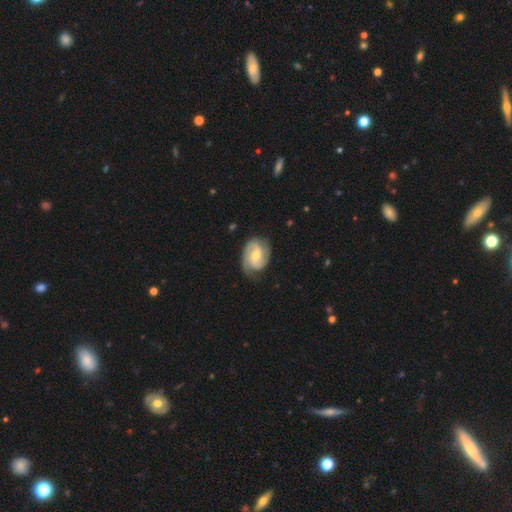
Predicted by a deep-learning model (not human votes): Smooth or featured? Predicted: featured or disk (p=0.84). Edge-on disk? Predicted: no (p=0.98). Bar? Predicted: weak (p=0.45). Spiral arms? Predicted: yes (p=0.97). Spiral winding? Predicted: tight (p=0.44). Spiral arm count? Predicted: 2 (p=0.69). Bulge size? Predicted: moderate (p=0.57). Merging? Predicted: none (p=0.73).